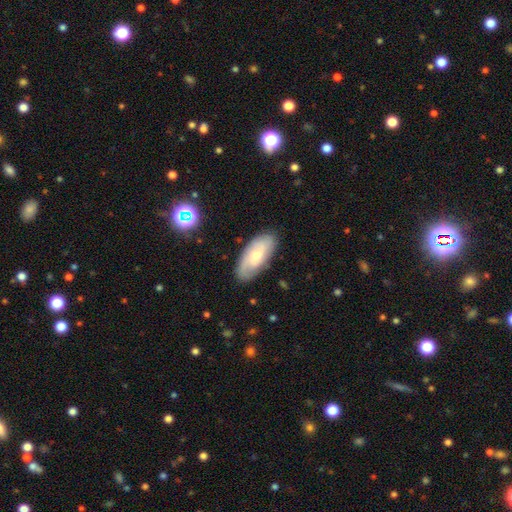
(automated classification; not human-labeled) A smooth galaxy with no disk features (47%).

Vote fractions:
- Smooth or featured? smooth: 47% / featured or disk: 46% / star or artifact: 7%
- Merging? none: 80% / minor disturbance: 15% / major disturbance: 3% / merger: 1%